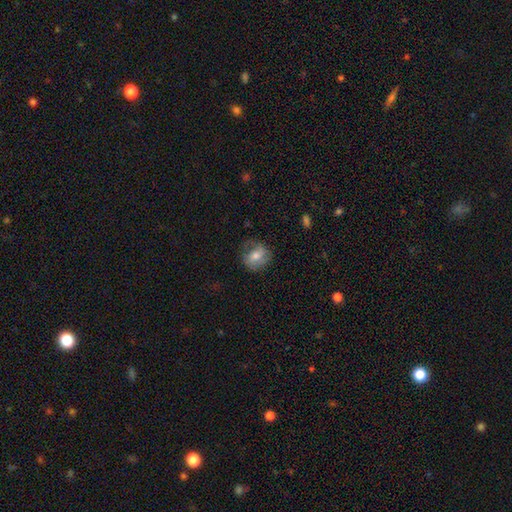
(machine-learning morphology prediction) Overall: smooth (59%; featured or disk 33%). How rounded: round (69%; in between 30%). Merging: none (64%).